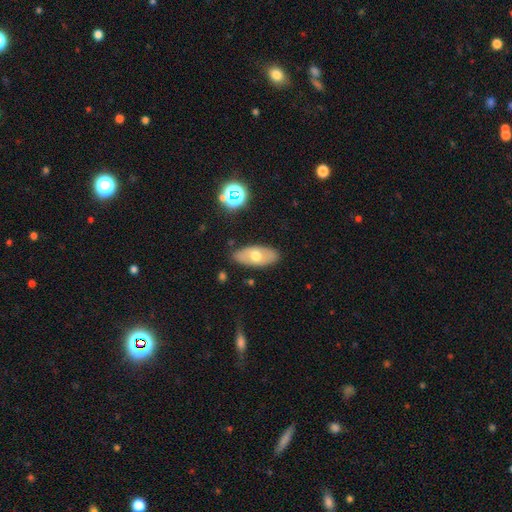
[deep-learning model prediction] Overall: smooth (56%; featured or disk 36%). How rounded: in between (89%). Merging: none (83%).